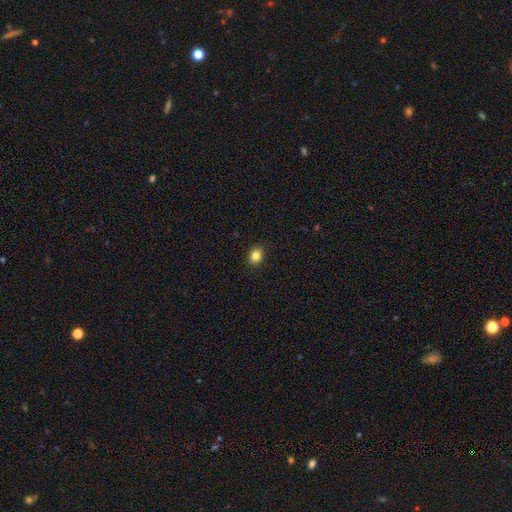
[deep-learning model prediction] This is clearly a smooth galaxy (84%). How rounded: possibly round (55%). Merging: clearly none (90%).